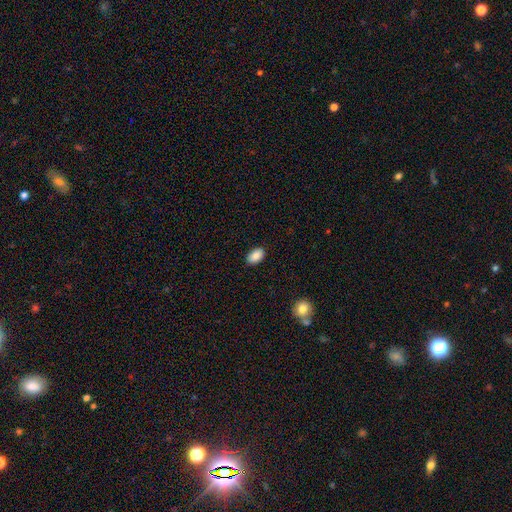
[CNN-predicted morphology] smooth 88%, star or artifact 7%, featured or disk 5%. Down the decision tree: how rounded — in between (91%); merging — none (88%).